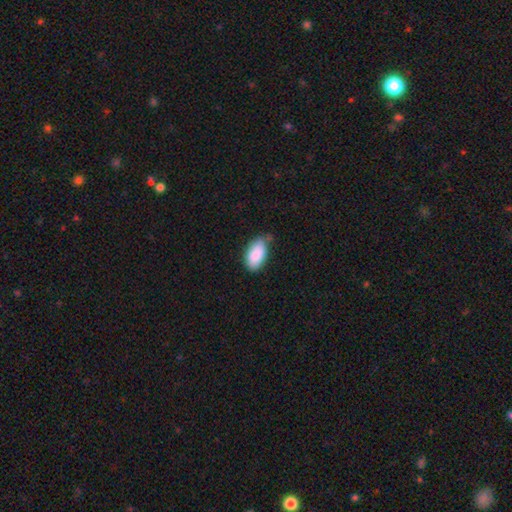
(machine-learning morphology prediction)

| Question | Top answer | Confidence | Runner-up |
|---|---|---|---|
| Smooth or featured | smooth | 87% | star or artifact (6%) |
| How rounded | in between | 94% | round (3%) |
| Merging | none | 64% | minor disturbance (28%) |